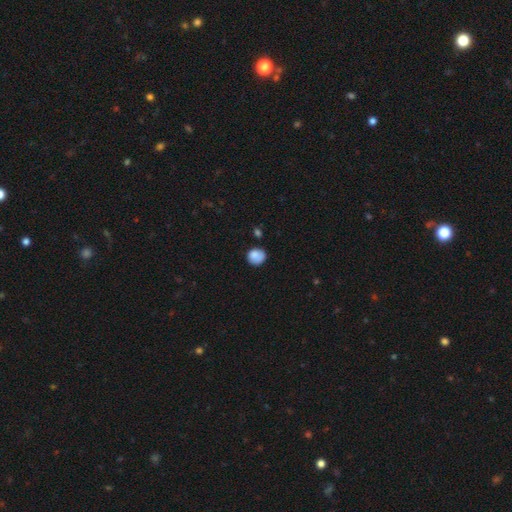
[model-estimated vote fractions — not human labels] smooth-or-featured: smooth: 84% | star or artifact: 9% | featured or disk: 8%
  how-rounded: round: 83% | in between: 16% | cigar-shaped: 1%
  merging: none: 69% | minor disturbance: 21% | major disturbance: 6% | merger: 4%